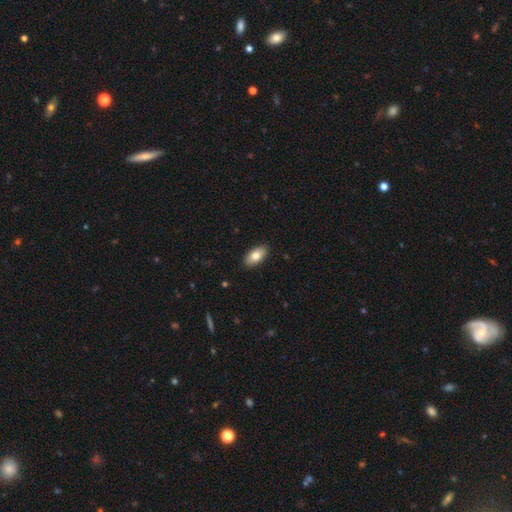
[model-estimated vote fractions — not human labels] This appears to be a smooth galaxy with no disk features (80%) that is in between round and cigar-shaped (93%). Merging: none (89%).